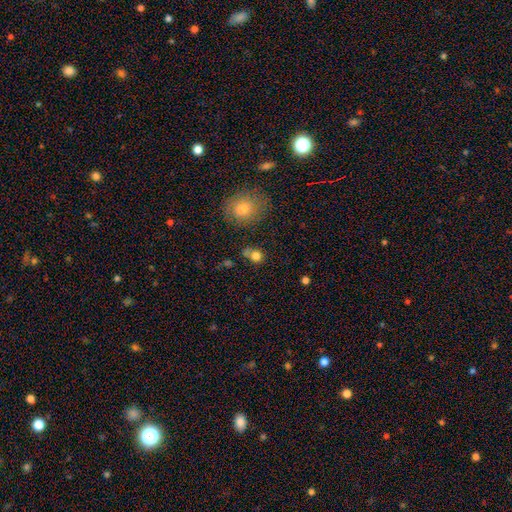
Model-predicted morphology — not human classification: Smooth or featured? smooth (80%)
How rounded? round (72%)
Merging? none (60%)